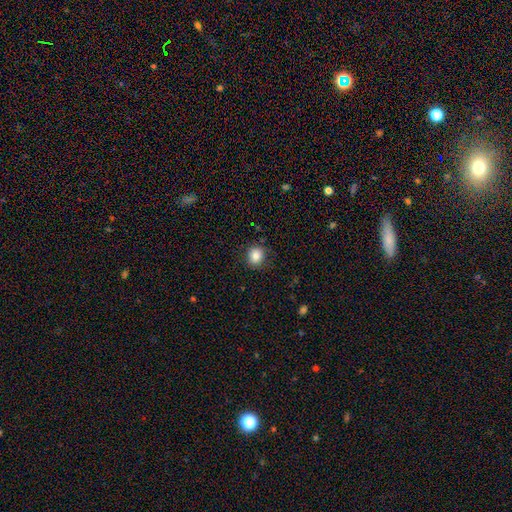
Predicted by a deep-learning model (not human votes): Smooth or featured?
  - smooth: 84% *
  - star or artifact: 10%
  - featured or disk: 6%
How rounded?
  - round: 78% *
  - in between: 21%
  - cigar-shaped: 1%
Merging?
  - none: 86% *
  - minor disturbance: 10%
  - major disturbance: 3%
  - merger: 1%